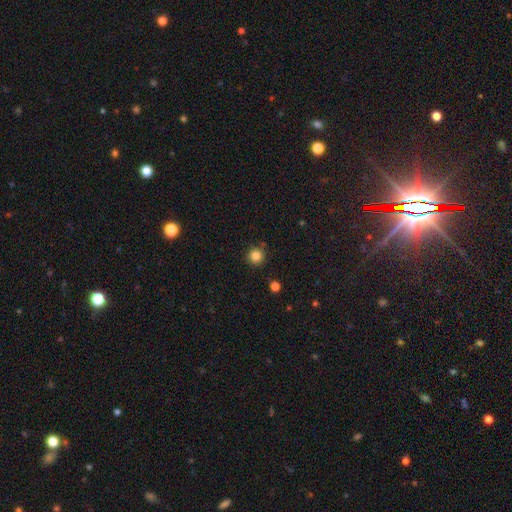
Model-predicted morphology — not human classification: Smooth or featured? Predicted: smooth (p=0.84). How rounded? Predicted: round (p=0.95). Merging? Predicted: none (p=0.87).